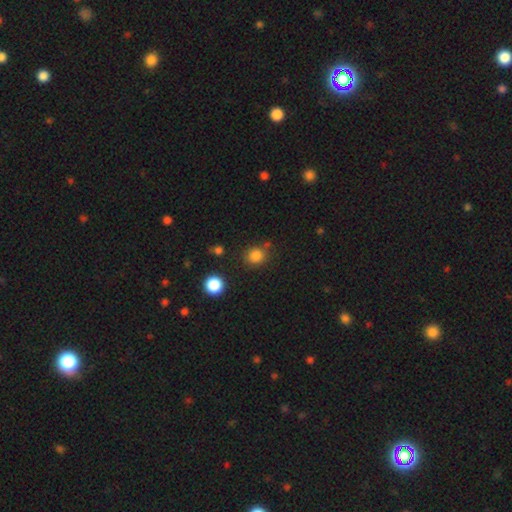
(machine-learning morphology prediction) A smooth galaxy with no disk features (83%) that is round (83%).

Vote fractions:
- Smooth or featured? smooth: 83% / star or artifact: 13% / featured or disk: 4%
- How rounded? round: 83% / in between: 16% / cigar-shaped: 1%
- Merging? none: 78% / minor disturbance: 12% / merger: 7% / major disturbance: 4%